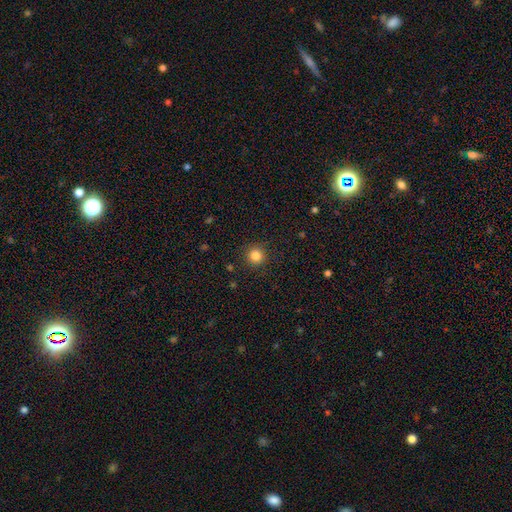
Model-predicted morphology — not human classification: Overall: smooth (83%). How rounded: round (95%). Merging: none (91%).